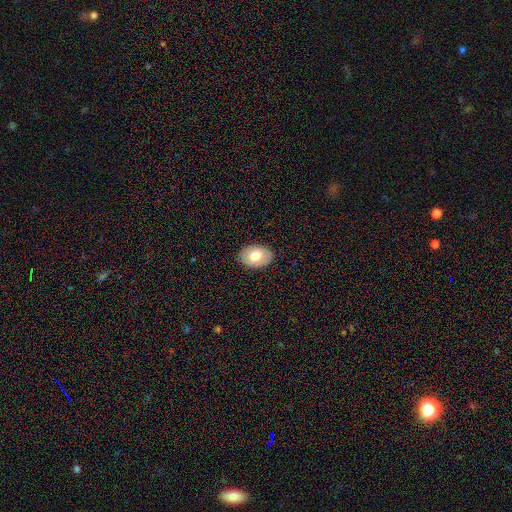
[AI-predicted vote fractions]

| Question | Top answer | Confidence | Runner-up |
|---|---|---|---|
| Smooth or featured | smooth | 72% | featured or disk (21%) |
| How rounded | in between | 81% | round (18%) |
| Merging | none | 88% | minor disturbance (9%) |